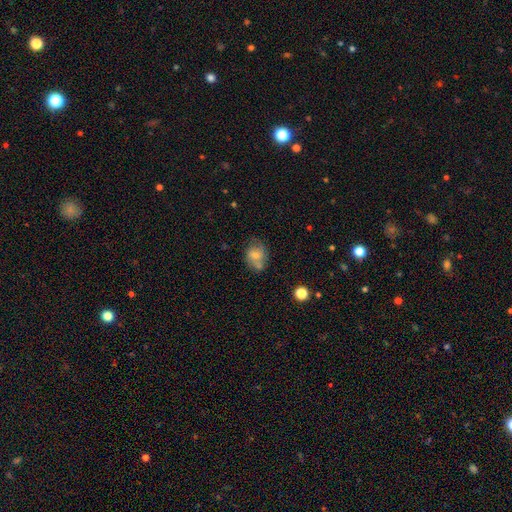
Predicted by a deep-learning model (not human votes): Smooth or featured?
  - smooth: 53% *
  - featured or disk: 38%
  - star or artifact: 10%
How rounded?
  - in between: 53% *
  - round: 46%
  - cigar-shaped: 1%
Merging?
  - none: 52% *
  - minor disturbance: 25%
  - merger: 13%
  - major disturbance: 10%